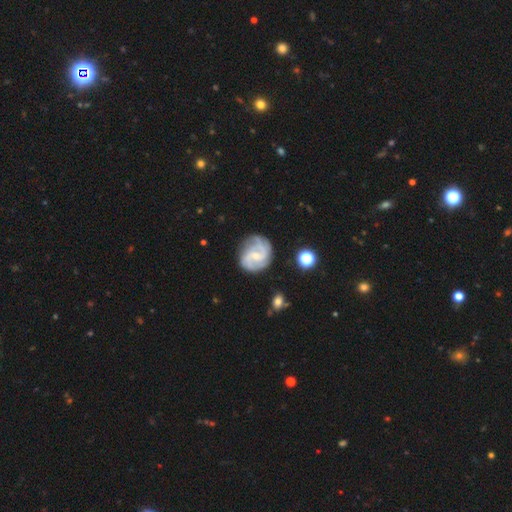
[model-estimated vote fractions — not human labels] Morphology: type=featured or disk (84%); edge-on=no (98%); bar=weak (48%); spiral arms=yes (96%); winding=medium (48%); arm count=2 (44%); bulge=small (62%); merging=none (72%).